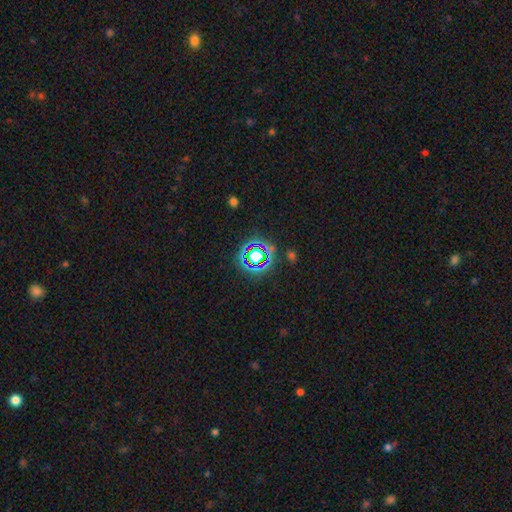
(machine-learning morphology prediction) Smooth or featured? Predicted: star or artifact (p=0.59).